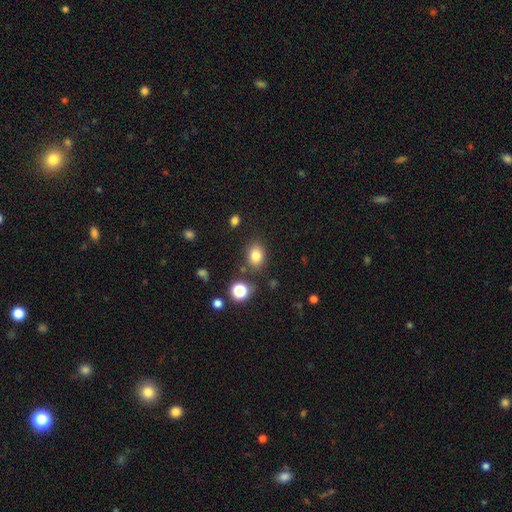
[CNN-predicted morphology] The model was most divided on "how rounded": in between: 63%, round: 36%, cigar-shaped: 1%. More confident: smooth or featured — smooth (80%); merging — none (80%).